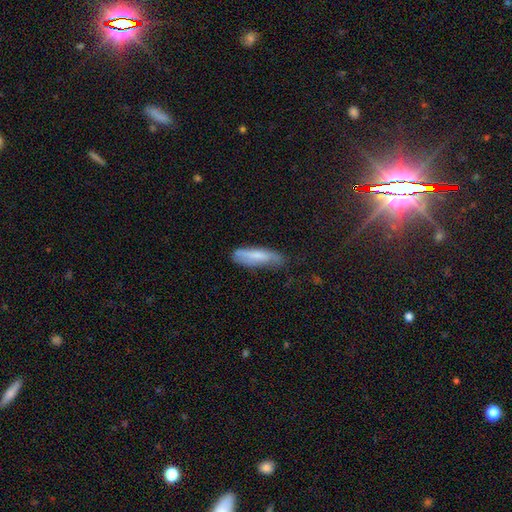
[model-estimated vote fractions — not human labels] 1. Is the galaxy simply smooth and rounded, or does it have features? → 70% smooth, 23% featured or disk, 7% star or artifact.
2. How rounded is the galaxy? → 67% cigar-shaped, 32% in between, 2% round.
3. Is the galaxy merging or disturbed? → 62% none, 29% minor disturbance, 7% major disturbance, 2% merger.